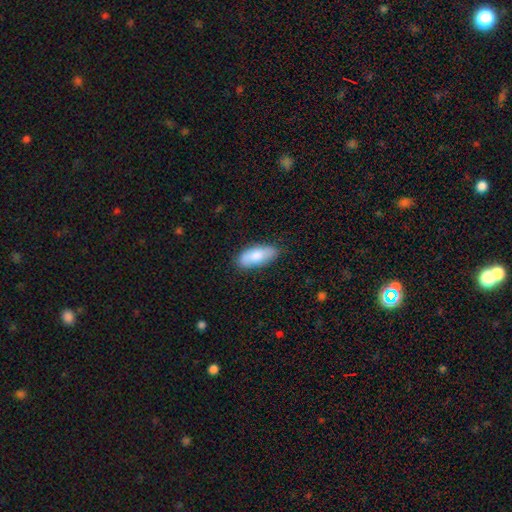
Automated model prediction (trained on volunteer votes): A smooth galaxy with no disk features (81%) that is in between round and cigar-shaped (84%).

Vote fractions:
- Smooth or featured? smooth: 81% / featured or disk: 13% / star or artifact: 6%
- How rounded? in between: 84% / cigar-shaped: 13% / round: 2%
- Merging? none: 80% / minor disturbance: 15% / major disturbance: 3% / merger: 1%